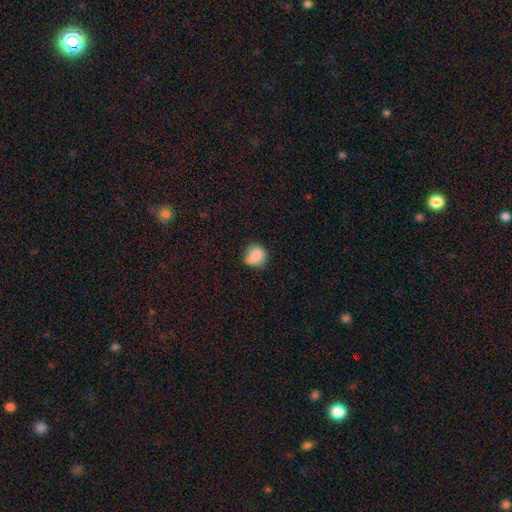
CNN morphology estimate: Smooth or featured? smooth (79%)
How rounded? round (85%)
Merging? none (64%)